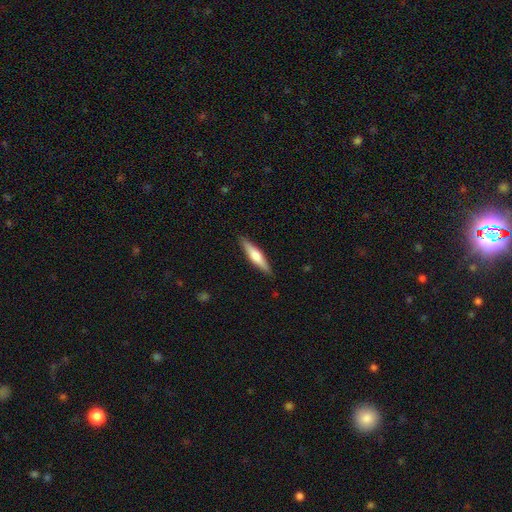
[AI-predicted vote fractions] Smooth or featured: smooth — 51% (featured or disk — 44%)
How rounded: cigar-shaped — 83% (in between — 16%)
Merging: none — 90% (minor disturbance — 8%)